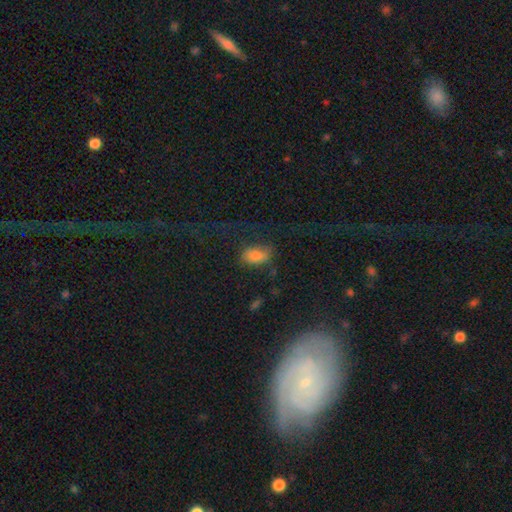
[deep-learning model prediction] This is likely a smooth galaxy (75%). How rounded: clearly in between (88%). Merging: possibly none (55%).